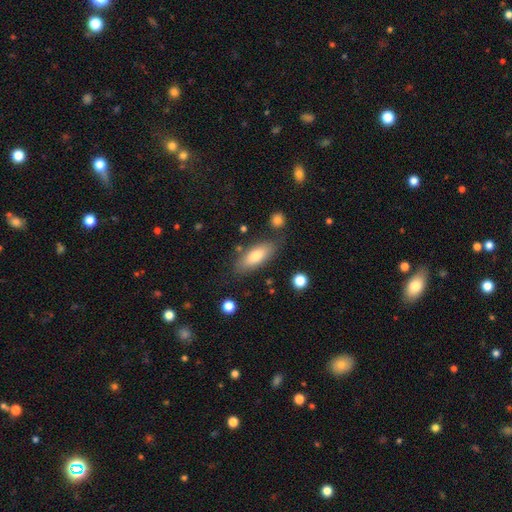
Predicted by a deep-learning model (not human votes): A smooth galaxy with no disk features (72%) that is in between round and cigar-shaped (72%). Merging: none (77%).